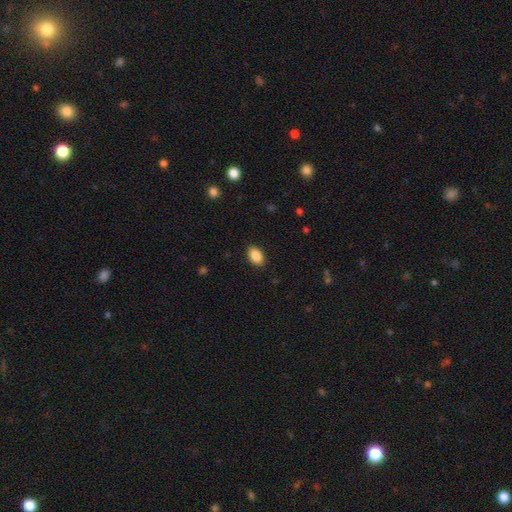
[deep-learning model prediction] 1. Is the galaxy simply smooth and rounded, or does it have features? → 89% smooth, 8% star or artifact, 4% featured or disk.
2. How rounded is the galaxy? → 89% in between, 10% round, 1% cigar-shaped.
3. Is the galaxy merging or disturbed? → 89% none, 8% minor disturbance, 2% major disturbance, 1% merger.